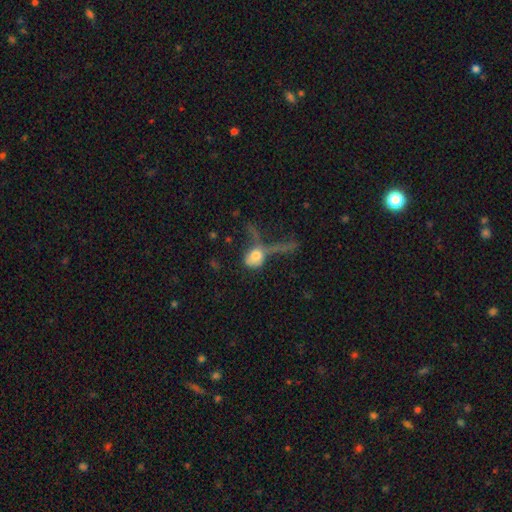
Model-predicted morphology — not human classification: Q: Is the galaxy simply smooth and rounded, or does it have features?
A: smooth — 62%.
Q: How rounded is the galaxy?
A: in between — 52%.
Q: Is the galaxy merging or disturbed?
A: major disturbance — 51%.